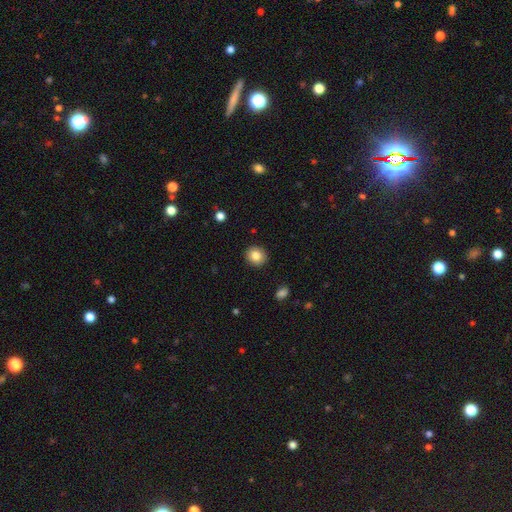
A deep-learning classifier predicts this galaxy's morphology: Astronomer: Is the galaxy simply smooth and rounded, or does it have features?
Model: smooth — 84%.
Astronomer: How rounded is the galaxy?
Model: round — 85%.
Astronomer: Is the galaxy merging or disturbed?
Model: none — 91%.